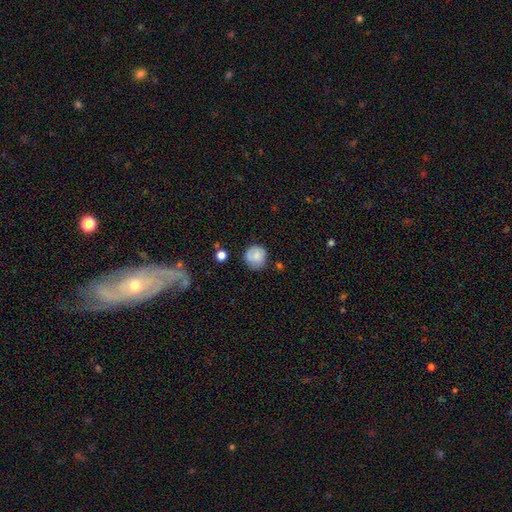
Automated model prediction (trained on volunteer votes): Smooth or featured? Predicted: smooth (p=0.79). How rounded? Predicted: round (p=0.91). Merging? Predicted: none (p=0.76).